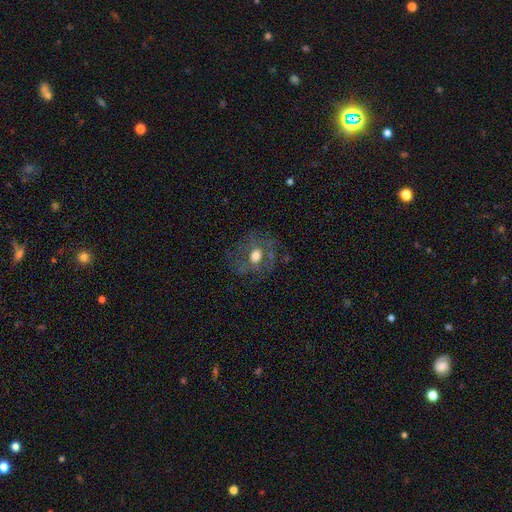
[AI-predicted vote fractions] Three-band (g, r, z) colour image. It shows a featured or disk galaxy (46%). Merging: none (65%).